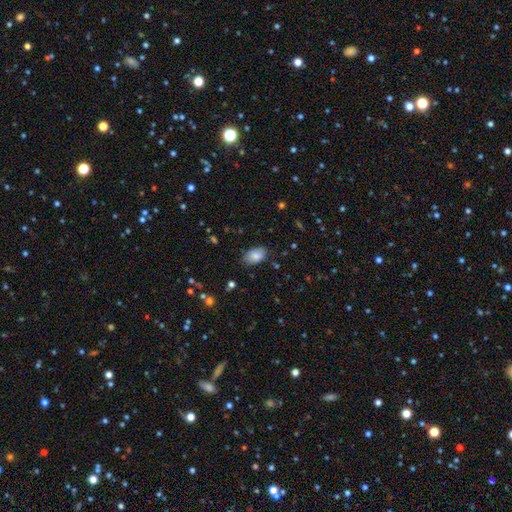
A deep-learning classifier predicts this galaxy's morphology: A smooth galaxy with no disk features (84%) that is in between round and cigar-shaped (91%). Merging: none (82%).